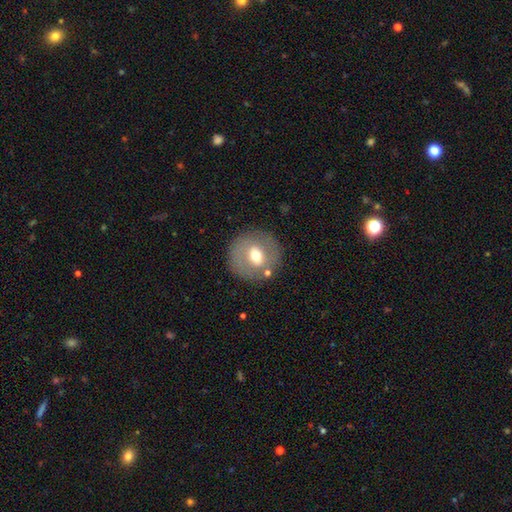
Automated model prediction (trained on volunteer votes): Smooth or featured?
  - smooth: 54% *
  - featured or disk: 38%
  - star or artifact: 8%
How rounded?
  - round: 89% *
  - in between: 10%
  - cigar-shaped: 1%
Merging?
  - none: 82% *
  - minor disturbance: 10%
  - major disturbance: 4%
  - merger: 4%